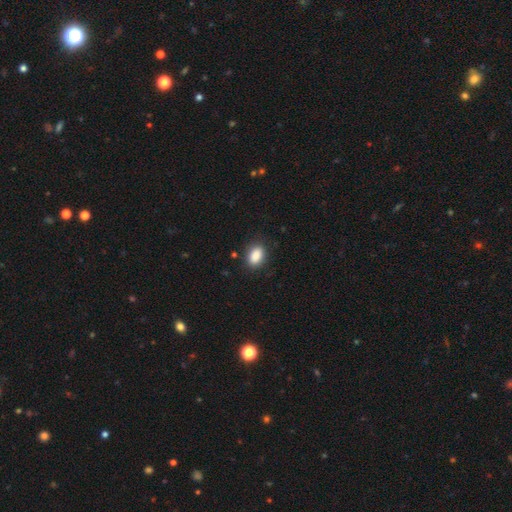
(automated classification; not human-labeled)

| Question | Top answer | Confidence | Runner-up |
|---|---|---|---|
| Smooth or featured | smooth | 89% | star or artifact (8%) |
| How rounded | in between | 87% | round (12%) |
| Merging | none | 85% | minor disturbance (11%) |